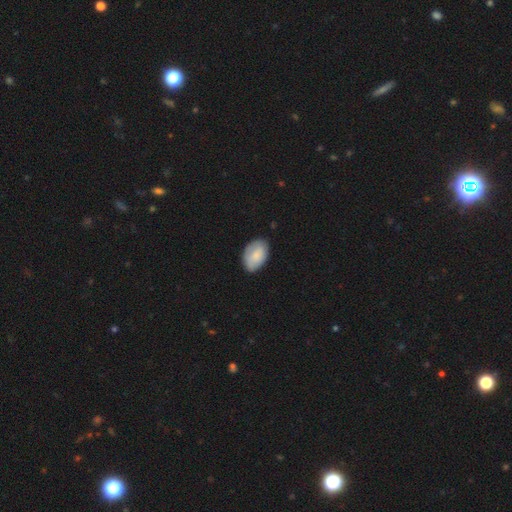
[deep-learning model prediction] Morphology: type=smooth (79%); roundness=in between (90%); merging=none (74%).